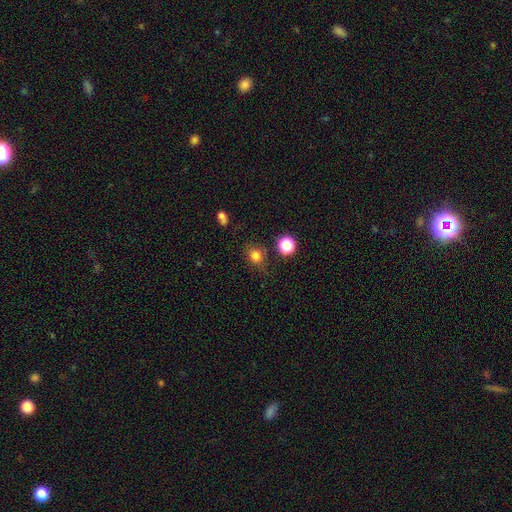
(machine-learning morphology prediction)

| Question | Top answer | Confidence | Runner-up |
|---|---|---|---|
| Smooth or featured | smooth | 79% | star or artifact (14%) |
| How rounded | round | 70% | in between (29%) |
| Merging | none | 72% | minor disturbance (18%) |